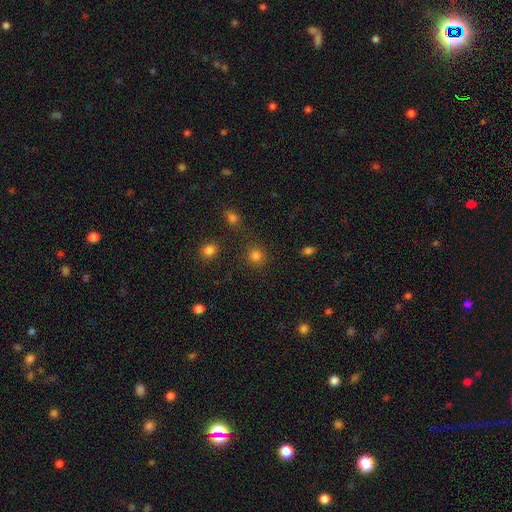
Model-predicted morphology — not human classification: Overall: smooth (81%). How rounded: round (90%). Merging: none (83%).